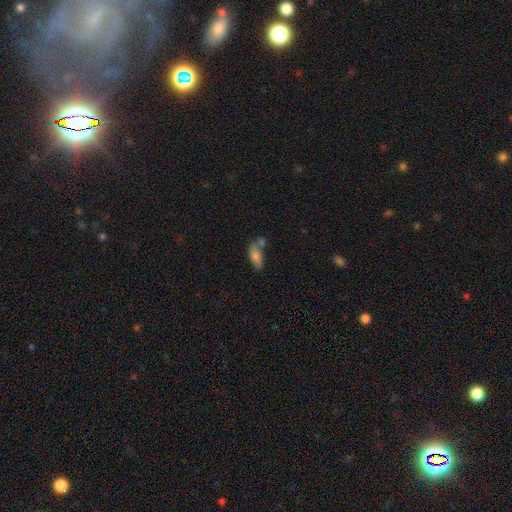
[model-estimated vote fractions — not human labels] smooth_or_featured: smooth (p=0.80) [alt: featured or disk p=0.12]
how_rounded: in between (p=0.80) [alt: cigar-shaped p=0.17]
merging: none (p=0.47) [alt: merger p=0.31]